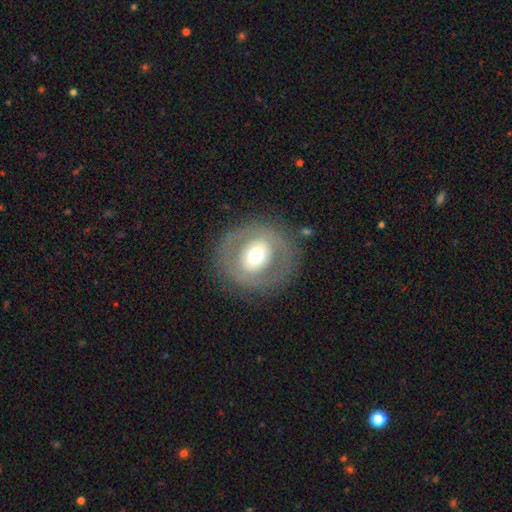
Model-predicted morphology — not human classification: This is possibly a smooth galaxy (50%). Merging: clearly none (82%).